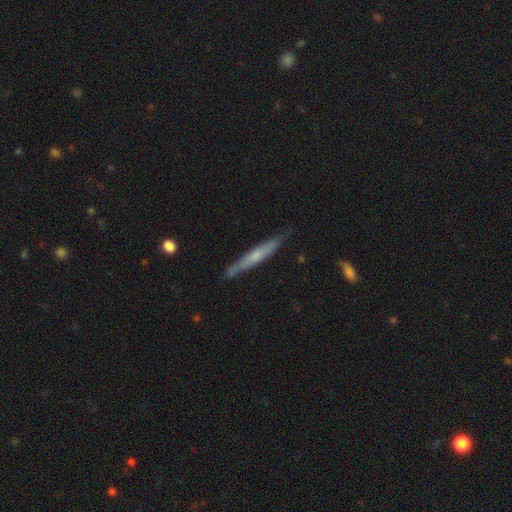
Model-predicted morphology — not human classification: Overall: featured or disk (50%; smooth 45%). Merging: none (78%).